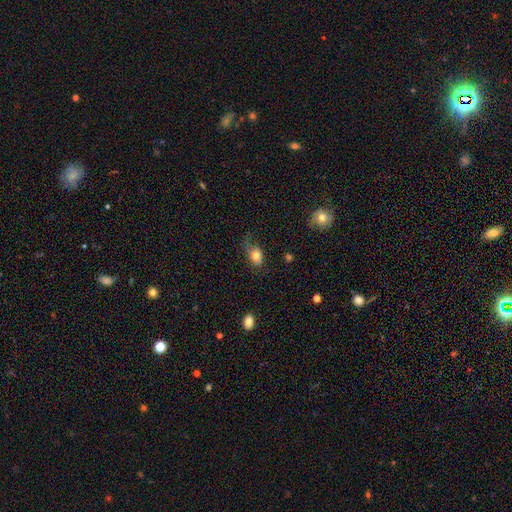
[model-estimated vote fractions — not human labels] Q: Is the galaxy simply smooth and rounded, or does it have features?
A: smooth — 76%.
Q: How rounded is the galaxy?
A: in between — 74%.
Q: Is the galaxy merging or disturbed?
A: none — 47%.